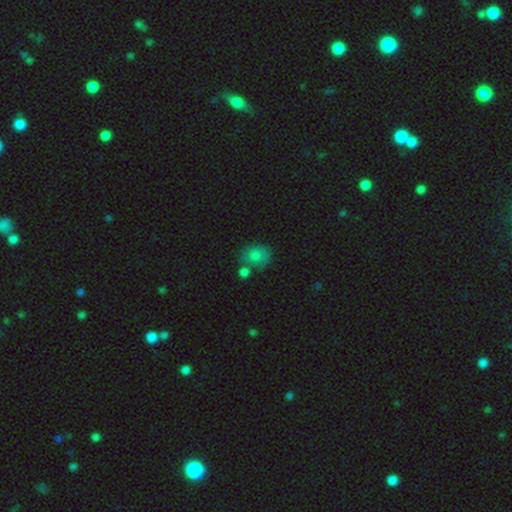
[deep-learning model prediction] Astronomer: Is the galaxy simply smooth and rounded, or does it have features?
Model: smooth — 75%.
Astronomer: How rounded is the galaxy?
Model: round — 56% (runner-up: in between, 43%).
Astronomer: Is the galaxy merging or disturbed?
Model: none — 53%.